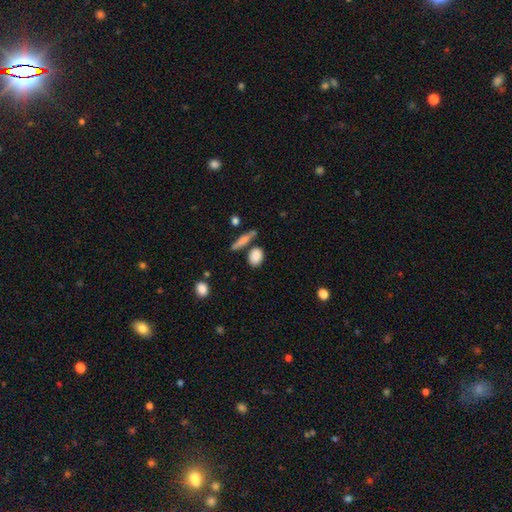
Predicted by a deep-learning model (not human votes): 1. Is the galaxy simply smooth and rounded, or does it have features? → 85% smooth, 8% star or artifact, 7% featured or disk.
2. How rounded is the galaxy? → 71% in between, 23% round, 6% cigar-shaped.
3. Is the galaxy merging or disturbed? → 69% none, 14% minor disturbance, 13% merger, 4% major disturbance.